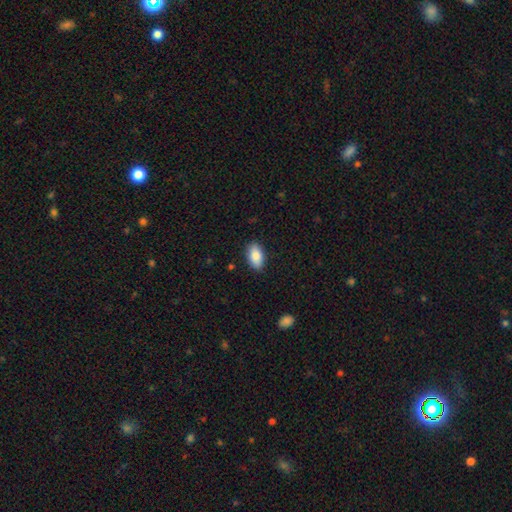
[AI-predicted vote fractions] Overall: smooth (85%). How rounded: in between (93%). Merging: none (88%).